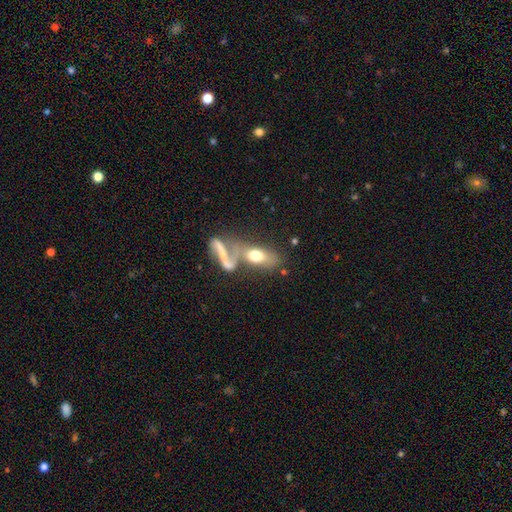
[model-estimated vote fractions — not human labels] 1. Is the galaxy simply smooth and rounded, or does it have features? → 60% smooth, 31% featured or disk, 8% star or artifact.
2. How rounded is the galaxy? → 78% in between, 15% cigar-shaped, 6% round.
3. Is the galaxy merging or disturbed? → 52% merger, 27% none, 11% major disturbance, 10% minor disturbance.